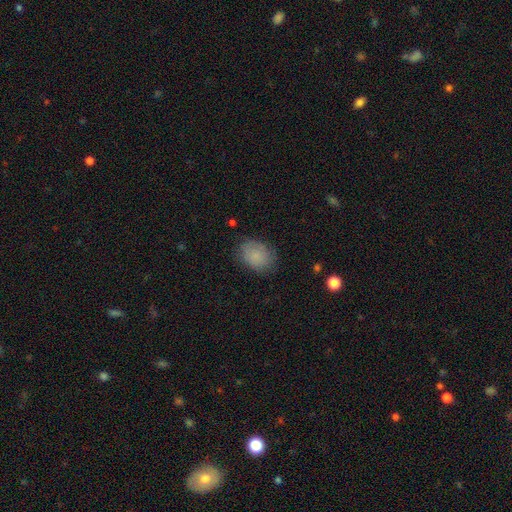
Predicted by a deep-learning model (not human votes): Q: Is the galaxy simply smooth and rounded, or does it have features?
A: smooth — 84%.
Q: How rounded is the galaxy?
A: in between — 68%.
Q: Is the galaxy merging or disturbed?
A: none — 78%.